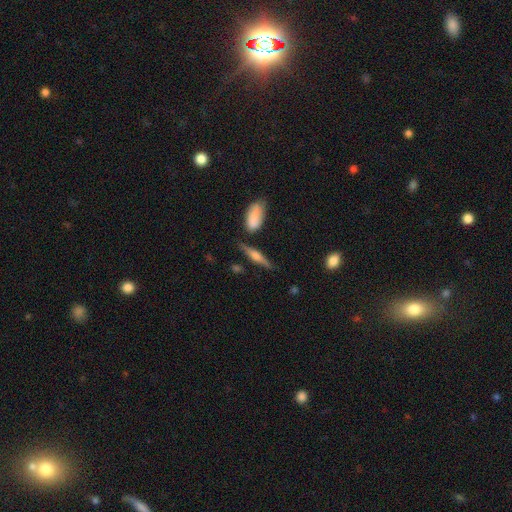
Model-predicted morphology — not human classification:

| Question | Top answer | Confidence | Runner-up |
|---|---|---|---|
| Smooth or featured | featured or disk | 61% | smooth (32%) |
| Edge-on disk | yes | 96% | no (4%) |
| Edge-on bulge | rounded | 84% | boxy (12%) |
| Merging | none | 79% | minor disturbance (13%) |